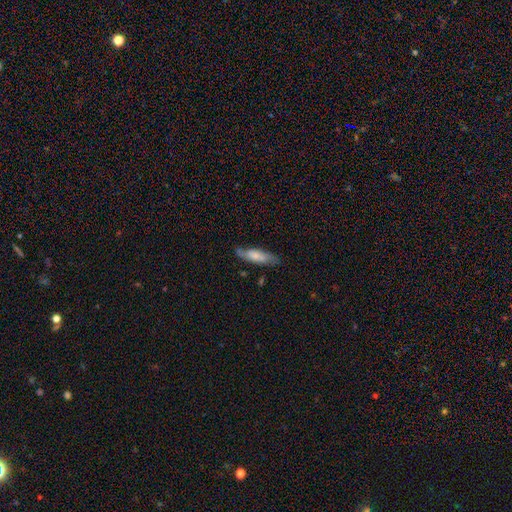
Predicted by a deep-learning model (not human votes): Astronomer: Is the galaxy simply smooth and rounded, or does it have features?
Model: smooth — 60%.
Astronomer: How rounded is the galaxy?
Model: cigar-shaped — 60% (runner-up: in between, 38%).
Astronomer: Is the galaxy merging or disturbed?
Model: none — 71%.